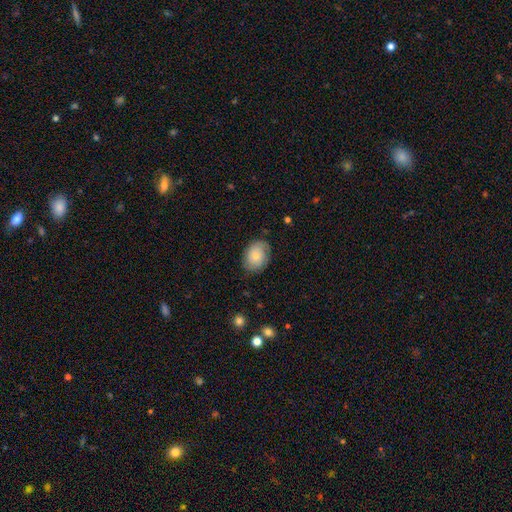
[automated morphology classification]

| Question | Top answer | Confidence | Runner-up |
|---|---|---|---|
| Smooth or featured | smooth | 58% | featured or disk (35%) |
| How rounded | in between | 64% | round (35%) |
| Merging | none | 76% | minor disturbance (18%) |